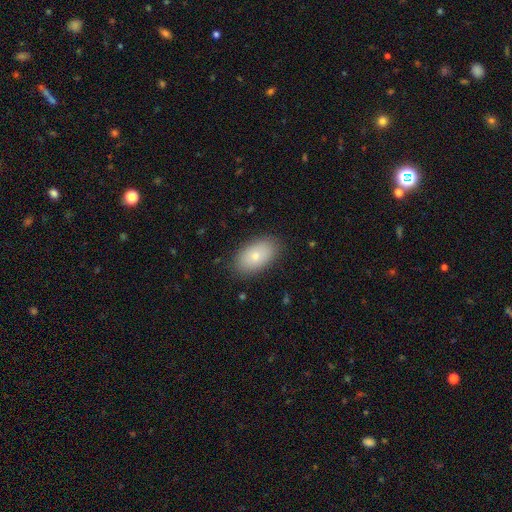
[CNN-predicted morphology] The model was most divided on "smooth or featured": smooth: 76%, featured or disk: 16%, star or artifact: 8%. More confident: how rounded — in between (93%); merging — none (85%).